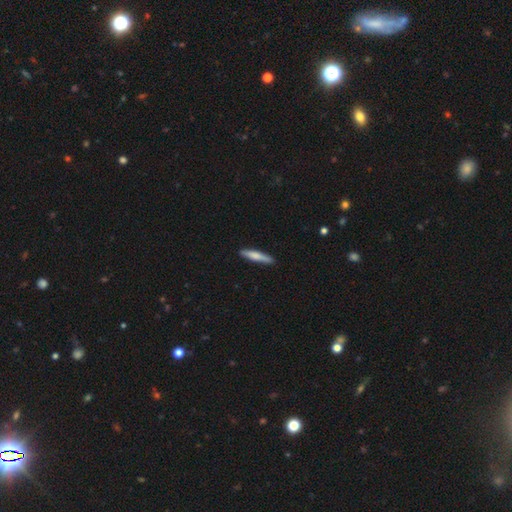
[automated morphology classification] This appears to be a smooth galaxy with no disk features (71%) that is cigar-shaped (91%). Merging: none (89%).